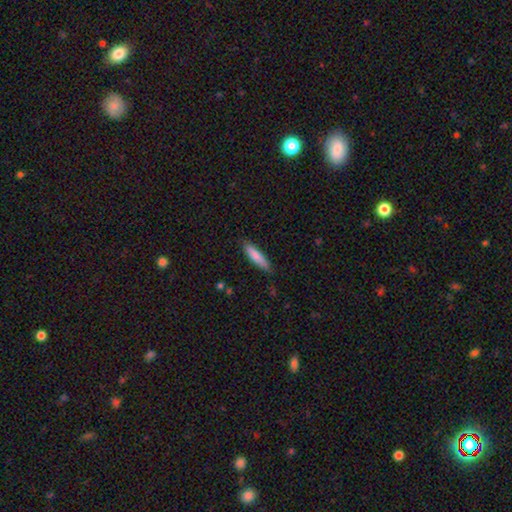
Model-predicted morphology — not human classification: Overall: smooth (77%). How rounded: cigar-shaped (75%). Merging: none (83%).